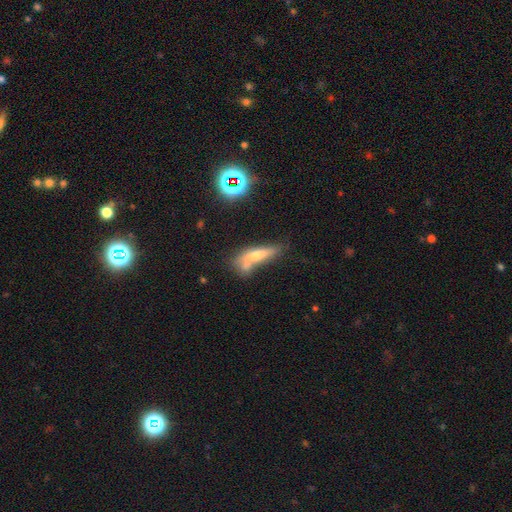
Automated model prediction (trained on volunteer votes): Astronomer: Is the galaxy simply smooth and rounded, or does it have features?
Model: smooth — 52% (runner-up: featured or disk, 35%).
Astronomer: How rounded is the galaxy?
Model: cigar-shaped — 67%.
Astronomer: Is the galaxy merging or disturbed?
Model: none — 36% (runner-up: merger, 28%).